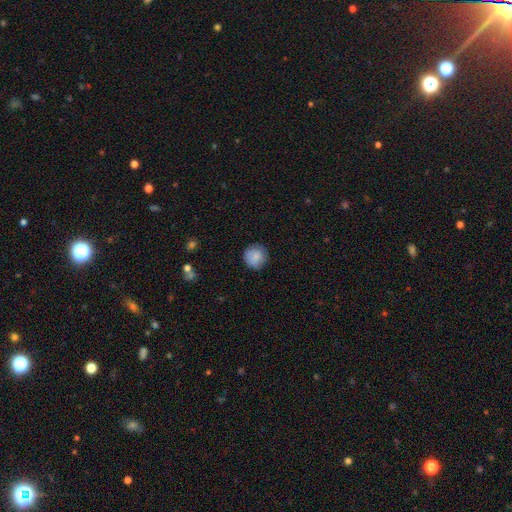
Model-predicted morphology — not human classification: This appears to be a smooth galaxy with no disk features (84%) that is round (93%). Merging: none (85%).